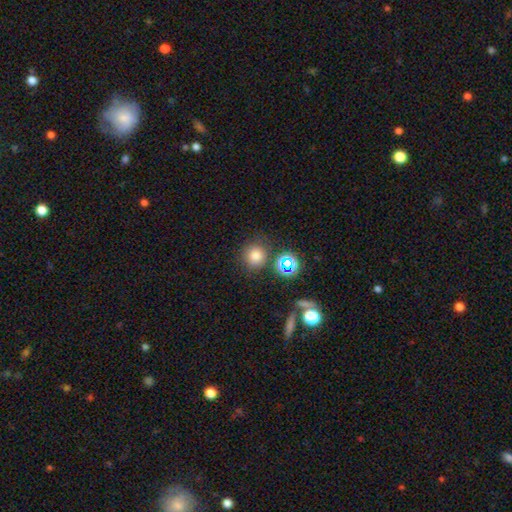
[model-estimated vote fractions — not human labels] This is likely a smooth galaxy (74%). How rounded: clearly round (88%). Merging: likely none (80%).